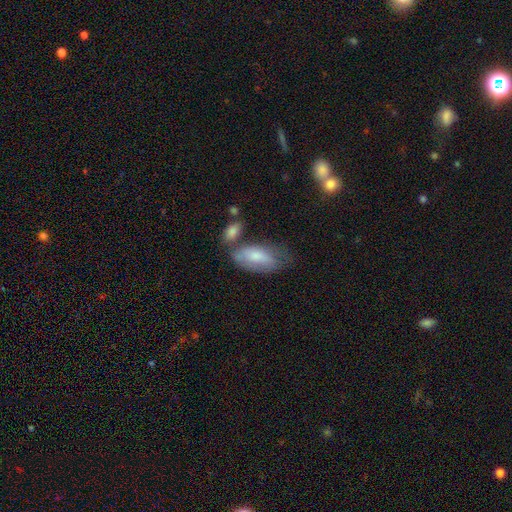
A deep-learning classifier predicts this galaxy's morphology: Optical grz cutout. It shows a smooth galaxy with no disk features (68%) that is in between round and cigar-shaped (87%). Merging: none (43%).